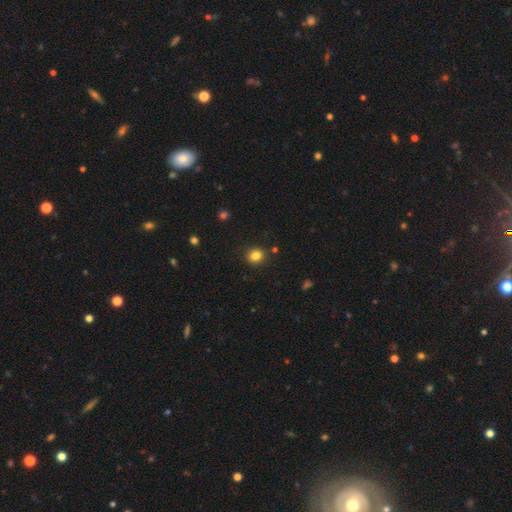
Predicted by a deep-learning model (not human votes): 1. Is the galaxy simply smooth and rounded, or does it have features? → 83% smooth, 12% star or artifact, 5% featured or disk.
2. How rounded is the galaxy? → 76% round, 23% in between, 1% cigar-shaped.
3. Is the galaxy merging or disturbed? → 88% none, 8% minor disturbance, 2% major disturbance, 2% merger.